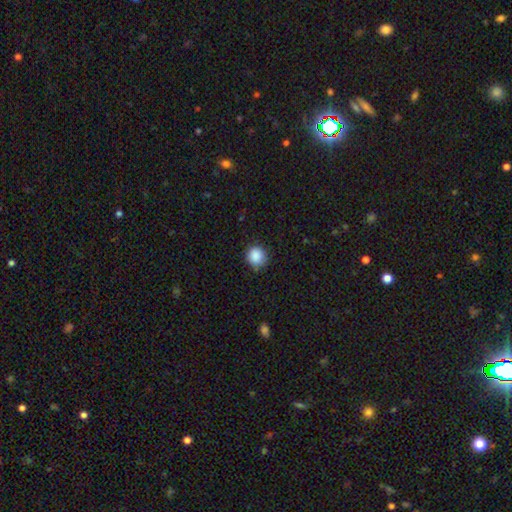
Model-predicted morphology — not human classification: This is clearly a smooth galaxy (88%). How rounded: clearly round (91%). Merging: clearly none (82%).